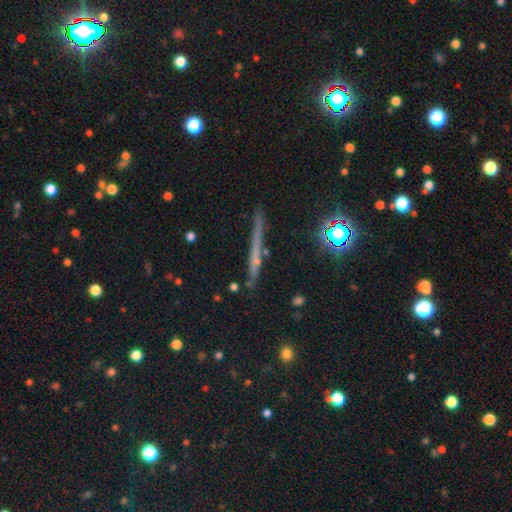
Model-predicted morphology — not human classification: A featured or disk galaxy (41%, tied with smooth). Merging: none (79%).